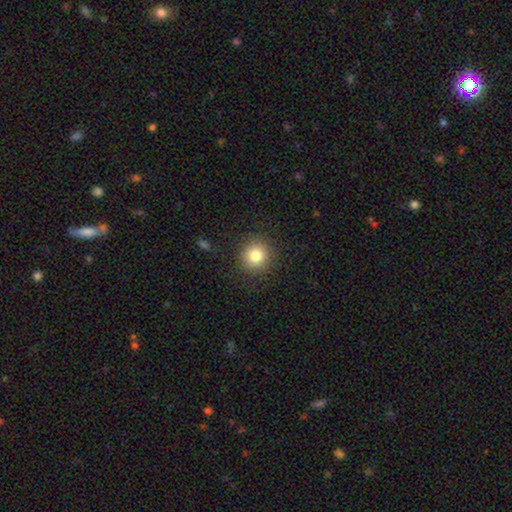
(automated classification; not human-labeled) smooth_or_featured: smooth (p=0.82) [alt: star or artifact p=0.11]
how_rounded: round (p=0.90) [alt: in between p=0.09]
merging: none (p=0.90) [alt: minor disturbance p=0.07]